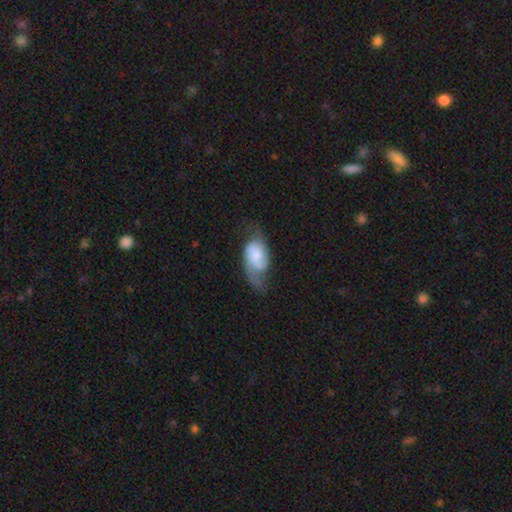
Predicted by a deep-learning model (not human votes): Q: Smooth or featured?
A: featured or disk (64%); runner-up: smooth (30%)
Q: Edge-on disk?
A: no (96%); runner-up: yes (4%)
Q: Bar?
A: no (55%); runner-up: weak (38%)
Q: Spiral arms?
A: yes (89%); runner-up: no (11%)
Q: Spiral winding?
A: medium (42%); runner-up: loose (38%)
Q: Spiral arm count?
A: 2 (71%); runner-up: 1 (17%)
Q: Bulge size?
A: moderate (37%); tied with: small (37%)
Q: Merging?
A: none (45%); runner-up: minor disturbance (28%)